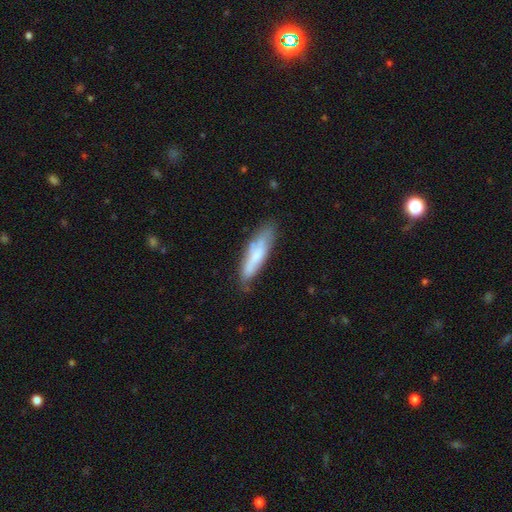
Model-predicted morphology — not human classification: Q: Smooth or featured?
A: smooth (58%); runner-up: featured or disk (35%)
Q: How rounded?
A: cigar-shaped (69%); runner-up: in between (30%)
Q: Merging?
A: none (66%); runner-up: minor disturbance (23%)